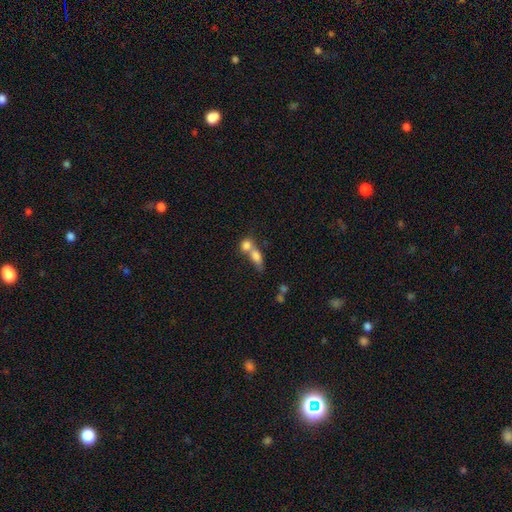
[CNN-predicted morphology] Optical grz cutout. It shows a smooth galaxy with no disk features (74%) that is in between round and cigar-shaped (65%). Merging: merger (66%).